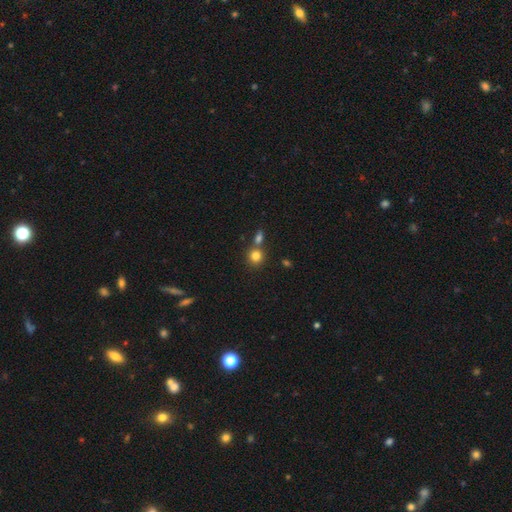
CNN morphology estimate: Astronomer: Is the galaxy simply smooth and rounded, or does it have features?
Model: smooth — 81%.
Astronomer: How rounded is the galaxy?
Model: round — 86%.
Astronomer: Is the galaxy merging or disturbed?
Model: none — 61%.